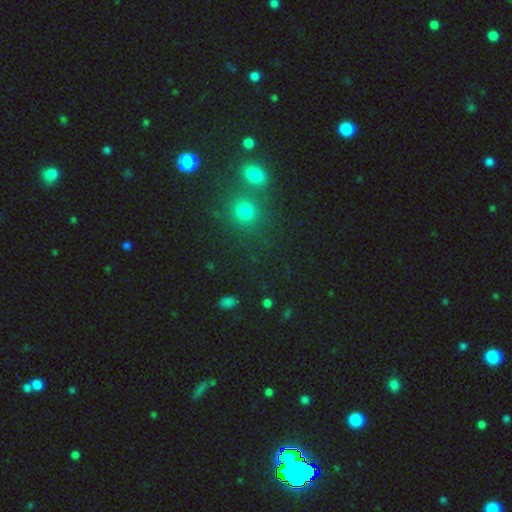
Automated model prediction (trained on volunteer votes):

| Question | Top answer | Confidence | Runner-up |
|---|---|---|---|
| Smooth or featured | smooth | 47% | star or artifact (46%) |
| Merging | none | 73% | merger (16%) |